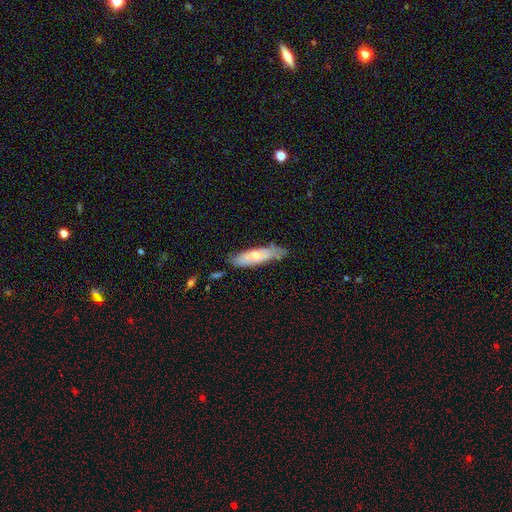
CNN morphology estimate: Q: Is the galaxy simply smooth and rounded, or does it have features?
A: smooth — 53%.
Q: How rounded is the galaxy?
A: cigar-shaped — 57%.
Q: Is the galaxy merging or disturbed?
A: none — 64%.